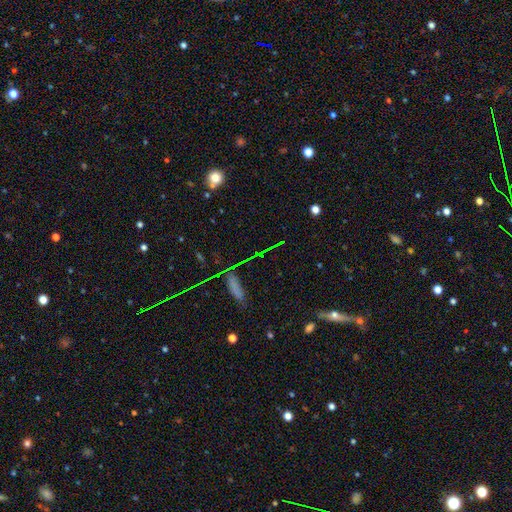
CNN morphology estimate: A star or artifact, not a galaxy (56%).